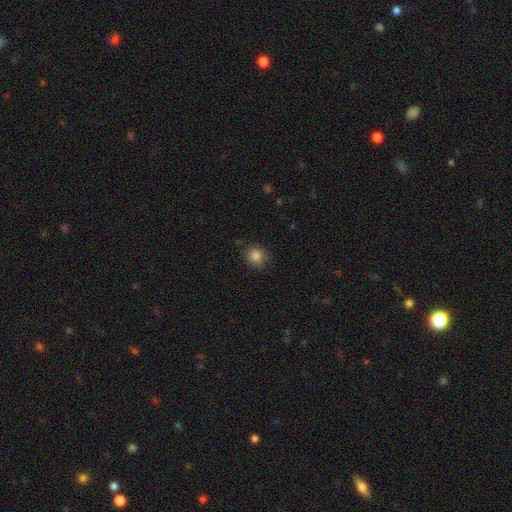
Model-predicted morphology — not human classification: A smooth galaxy with no disk features (85%) that is round (78%). Merging: none (82%).